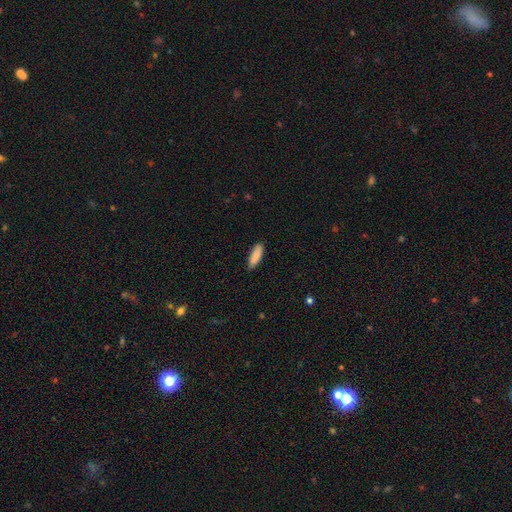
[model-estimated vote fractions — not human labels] Smooth or featured? smooth (88%)
How rounded? in between (60%)
Merging? none (84%)